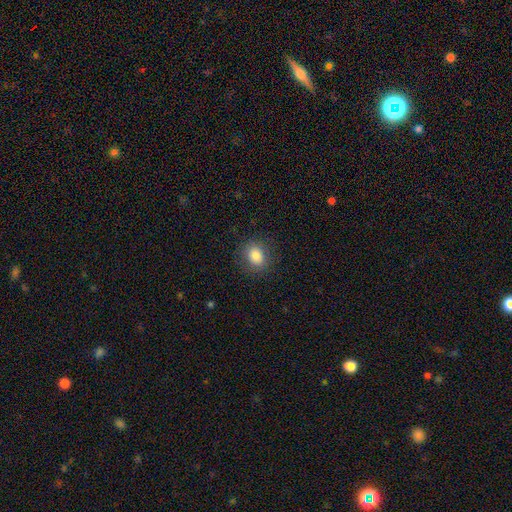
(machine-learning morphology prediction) The model was most divided on "how rounded": round: 51%, in between: 48%, cigar-shaped: 1%. More confident: merging — none (86%); smooth or featured — smooth (84%).